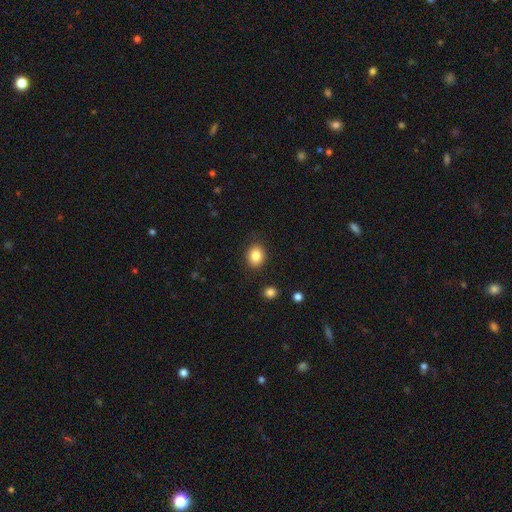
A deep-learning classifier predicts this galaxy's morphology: Overall: smooth (84%). How rounded: round (54%; in between 45%). Merging: none (86%).